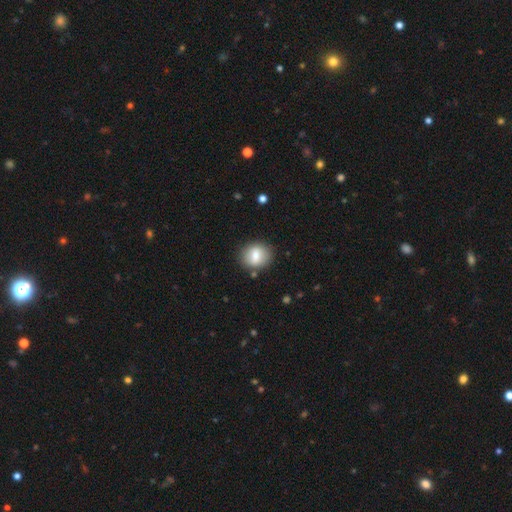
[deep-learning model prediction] A smooth galaxy with no disk features (75%) that is round (68%).

Vote fractions:
- Smooth or featured? smooth: 75% / featured or disk: 17% / star or artifact: 8%
- How rounded? round: 68% / in between: 31% / cigar-shaped: 1%
- Merging? none: 84% / minor disturbance: 10% / major disturbance: 3% / merger: 3%